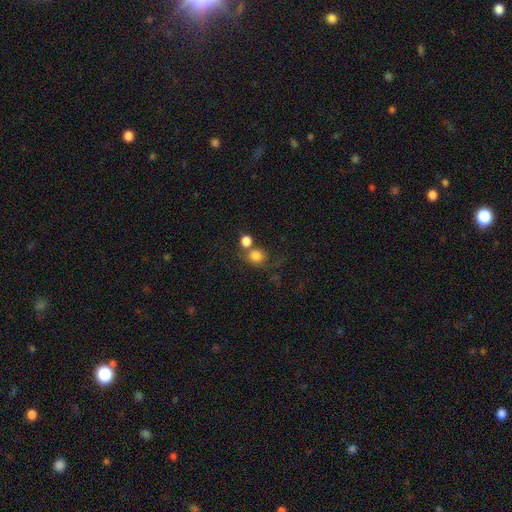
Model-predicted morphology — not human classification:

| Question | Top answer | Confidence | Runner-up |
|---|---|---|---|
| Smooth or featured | smooth | 79% | star or artifact (12%) |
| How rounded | round | 83% | in between (16%) |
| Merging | none | 50% | merger (33%) |